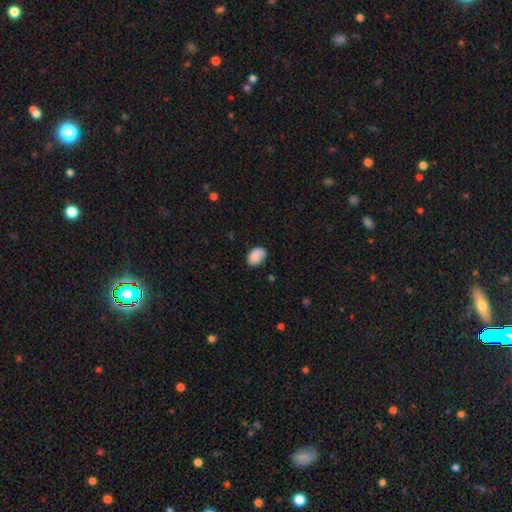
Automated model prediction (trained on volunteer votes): Smooth or featured? Predicted: smooth (p=0.84). How rounded? Predicted: in between (p=0.82). Merging? Predicted: none (p=0.71).